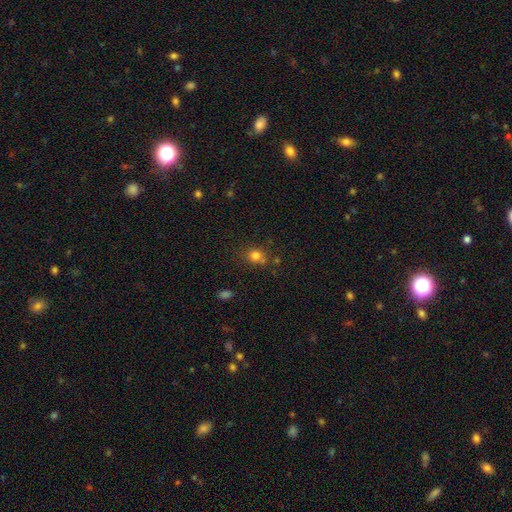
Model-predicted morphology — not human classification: Overall: smooth (79%). How rounded: round (72%). Merging: none (67%).